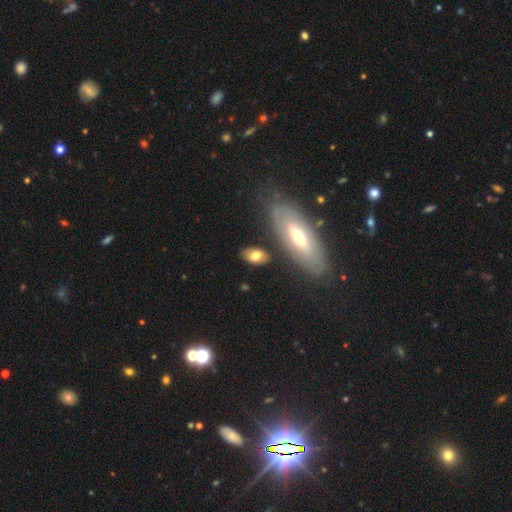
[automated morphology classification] Smooth or featured? smooth (70%)
How rounded? in between (86%)
Merging? none (75%)